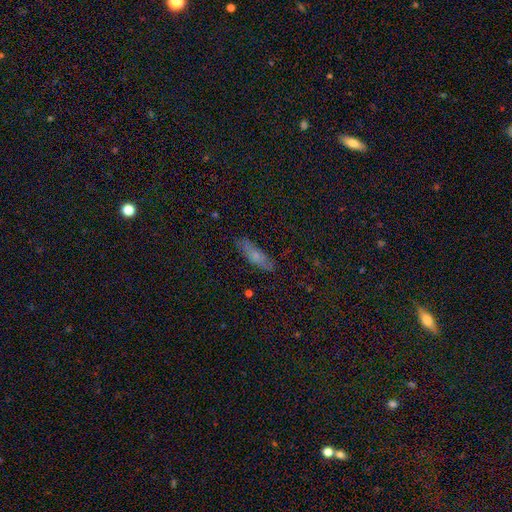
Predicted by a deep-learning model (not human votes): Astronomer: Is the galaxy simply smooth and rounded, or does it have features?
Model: smooth — 64%.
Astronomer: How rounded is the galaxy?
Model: cigar-shaped — 50% (runner-up: in between, 47%).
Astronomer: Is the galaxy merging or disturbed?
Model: none — 82%.